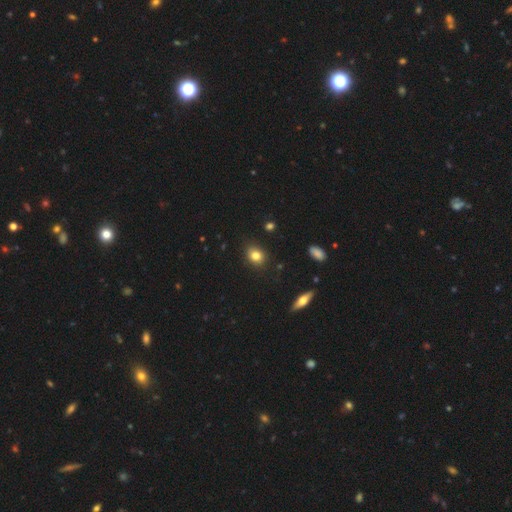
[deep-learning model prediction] smooth_or_featured: smooth (p=0.81) [alt: star or artifact p=0.10]
how_rounded: round (p=0.50) [alt: in between p=0.48]
merging: none (p=0.85) [alt: minor disturbance p=0.11]